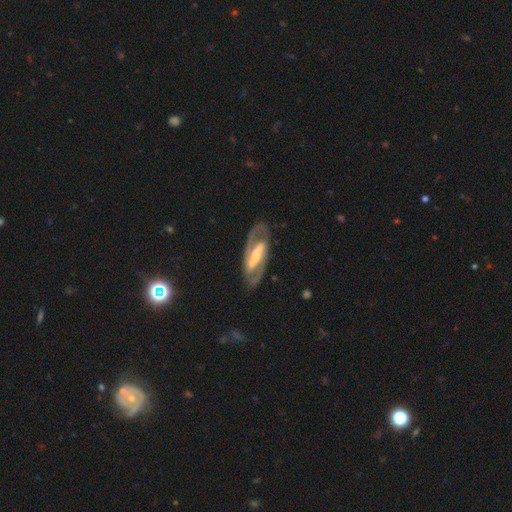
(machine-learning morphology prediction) Smooth or featured? Predicted: featured or disk (p=0.85). Edge-on disk? Predicted: no (p=0.91). Bar? Predicted: strong (p=0.72). Spiral arms? Predicted: yes (p=0.89). Spiral winding? Predicted: medium (p=0.49). Spiral arm count? Predicted: 2 (p=0.89). Bulge size? Predicted: small (p=0.41, tied with moderate). Merging? Predicted: none (p=0.81).